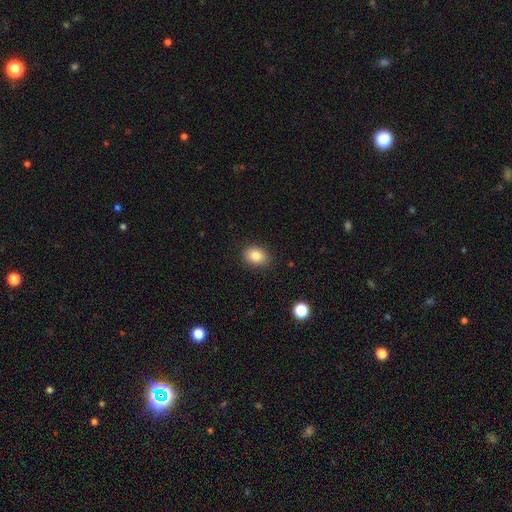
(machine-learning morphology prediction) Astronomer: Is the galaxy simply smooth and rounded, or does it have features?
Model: smooth — 84%.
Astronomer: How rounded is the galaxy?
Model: in between — 65%.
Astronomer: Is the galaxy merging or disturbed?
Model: none — 88%.